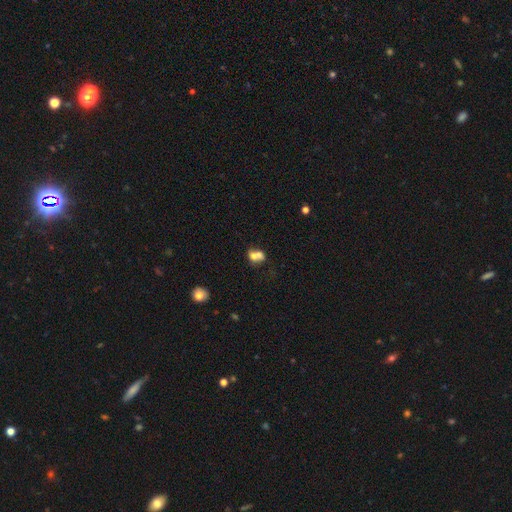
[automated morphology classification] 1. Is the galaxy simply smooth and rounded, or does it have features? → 68% smooth, 22% featured or disk, 11% star or artifact.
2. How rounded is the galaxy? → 50% in between, 48% round, 2% cigar-shaped.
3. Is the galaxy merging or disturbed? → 68% merger, 21% none, 7% minor disturbance, 5% major disturbance.